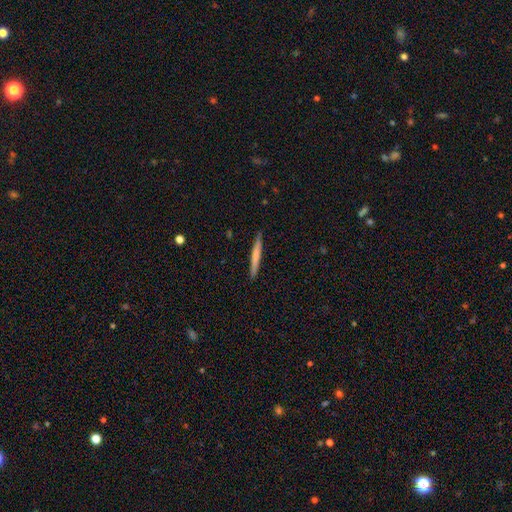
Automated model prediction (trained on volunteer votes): Q: Smooth or featured?
A: smooth (65%); runner-up: featured or disk (30%)
Q: How rounded?
A: cigar-shaped (96%); runner-up: in between (3%)
Q: Merging?
A: none (89%); runner-up: minor disturbance (8%)